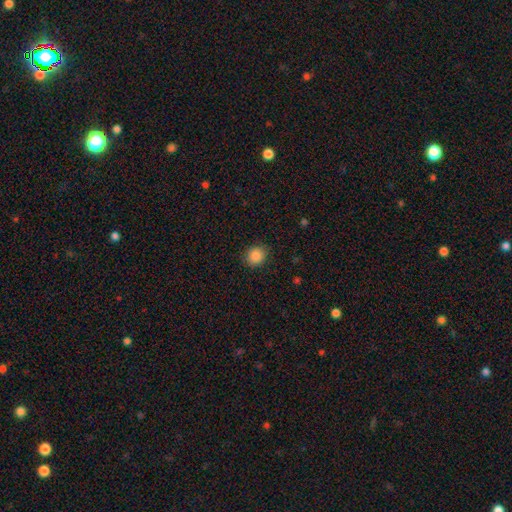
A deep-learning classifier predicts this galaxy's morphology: Overall: smooth (87%). How rounded: round (77%). Merging: none (87%).